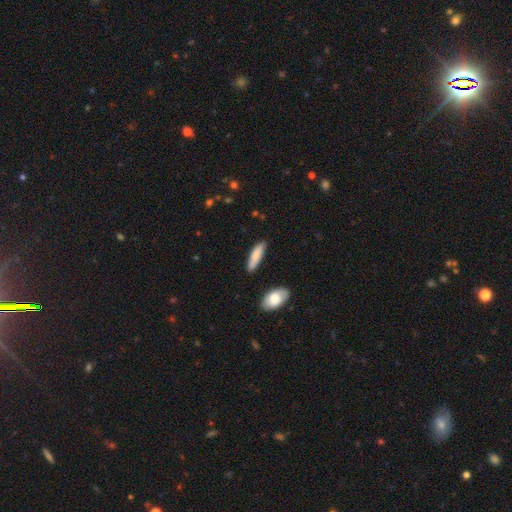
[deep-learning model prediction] Overall: smooth (81%). How rounded: cigar-shaped (65%; in between 33%). Merging: none (83%).